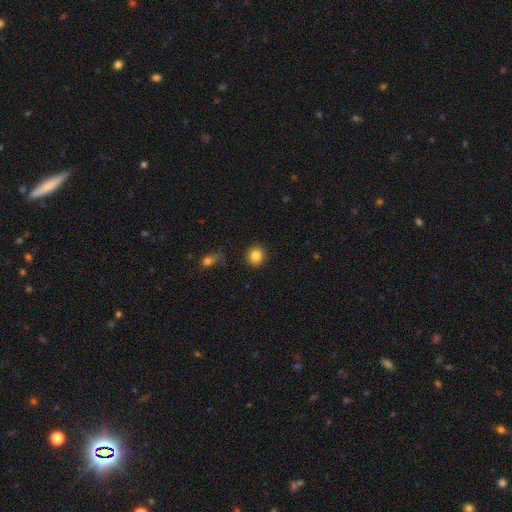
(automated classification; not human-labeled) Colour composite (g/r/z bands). It shows a smooth galaxy with no disk features (85%) that is round (83%). Merging: none (89%).